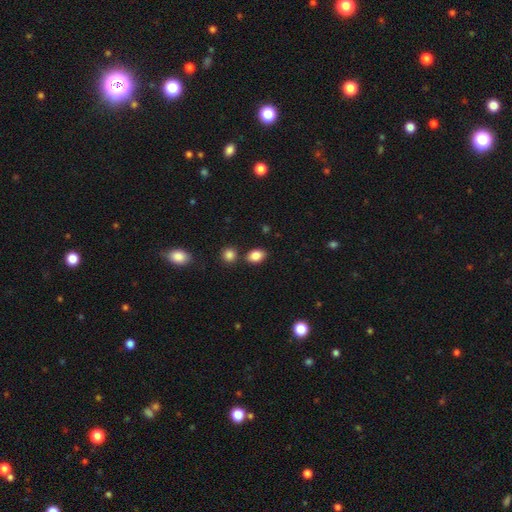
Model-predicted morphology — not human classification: This is clearly a smooth galaxy (85%). How rounded: likely in between (77%). Merging: likely none (77%).